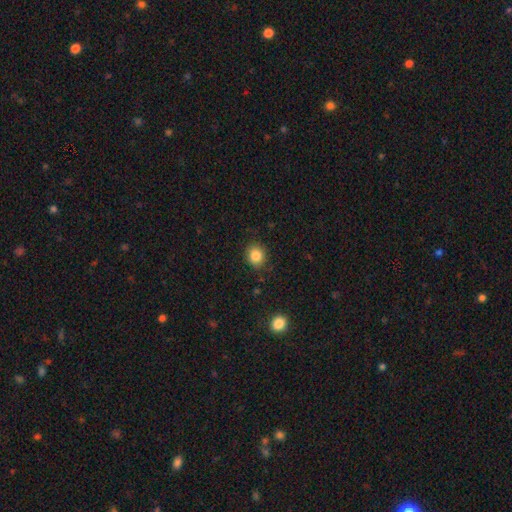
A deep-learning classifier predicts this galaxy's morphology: type=smooth (85%); roundness=round (76%); merging=none (87%).